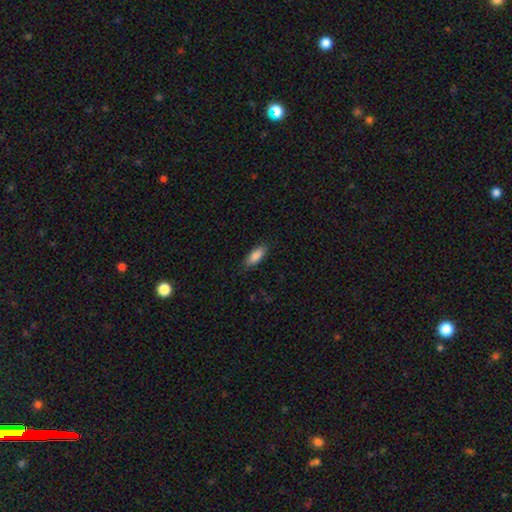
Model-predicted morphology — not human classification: smooth-or-featured: smooth: 87% | featured or disk: 7% | star or artifact: 6%
  how-rounded: in between: 78% | cigar-shaped: 20% | round: 2%
  merging: none: 85% | minor disturbance: 12% | major disturbance: 3% | merger: 1%